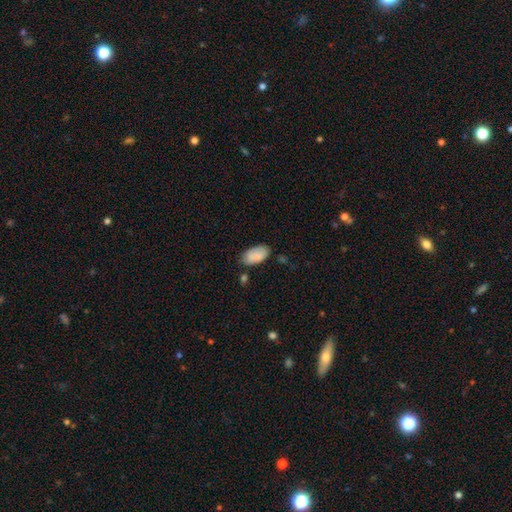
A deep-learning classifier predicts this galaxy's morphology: type=smooth (87%); roundness=in between (95%); merging=none (71%).